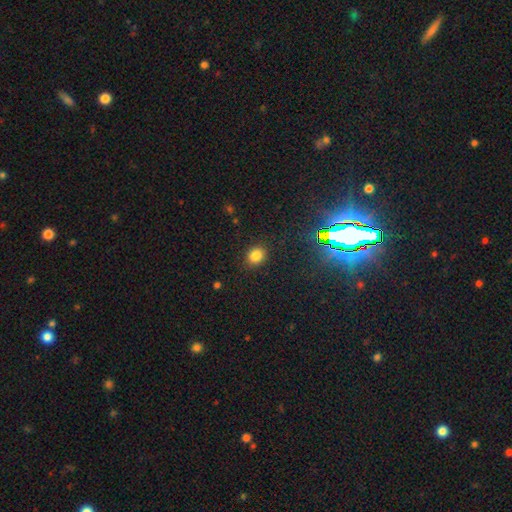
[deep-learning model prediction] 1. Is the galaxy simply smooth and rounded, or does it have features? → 80% smooth, 15% star or artifact, 5% featured or disk.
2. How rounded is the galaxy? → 60% round, 39% in between, 1% cigar-shaped.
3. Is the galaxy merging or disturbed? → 88% none, 8% minor disturbance, 3% major disturbance, 1% merger.